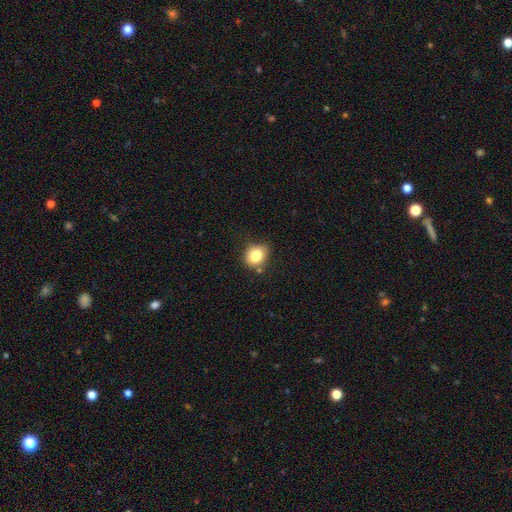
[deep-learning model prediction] Smooth or featured? smooth (82%)
How rounded? round (64%)
Merging? none (70%)